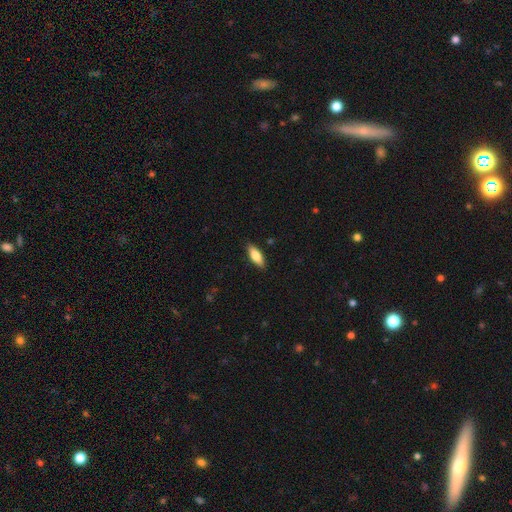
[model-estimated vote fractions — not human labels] Overall: smooth (81%). How rounded: in between (70%). Merging: none (87%).